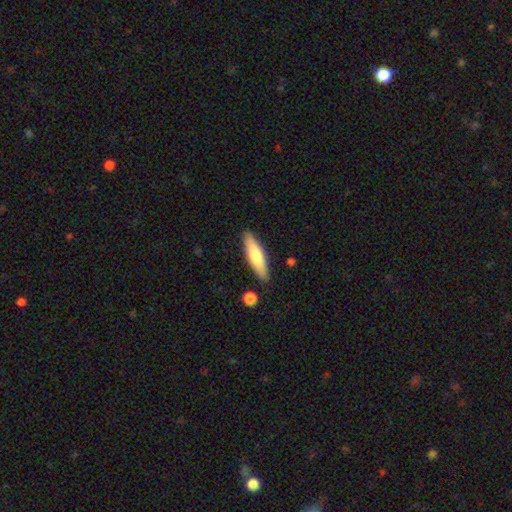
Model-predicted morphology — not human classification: A smooth galaxy with no disk features (75%) that is cigar-shaped (70%).

Vote fractions:
- Smooth or featured? smooth: 75% / featured or disk: 20% / star or artifact: 5%
- How rounded? cigar-shaped: 70% / in between: 29% / round: 1%
- Merging? none: 86% / minor disturbance: 10% / merger: 2% / major disturbance: 2%